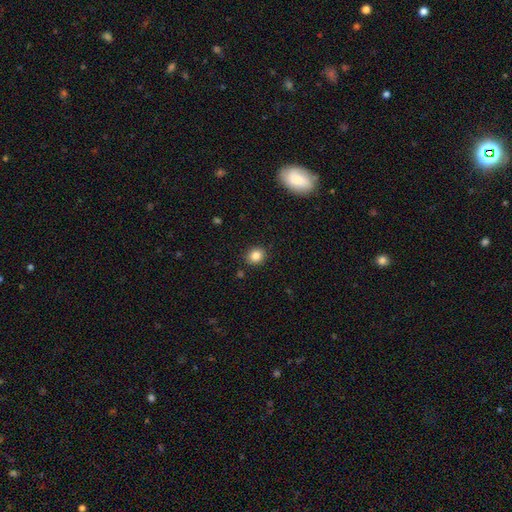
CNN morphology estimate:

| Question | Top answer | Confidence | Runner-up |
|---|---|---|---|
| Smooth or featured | smooth | 84% | star or artifact (10%) |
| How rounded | round | 72% | in between (27%) |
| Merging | none | 89% | minor disturbance (8%) |